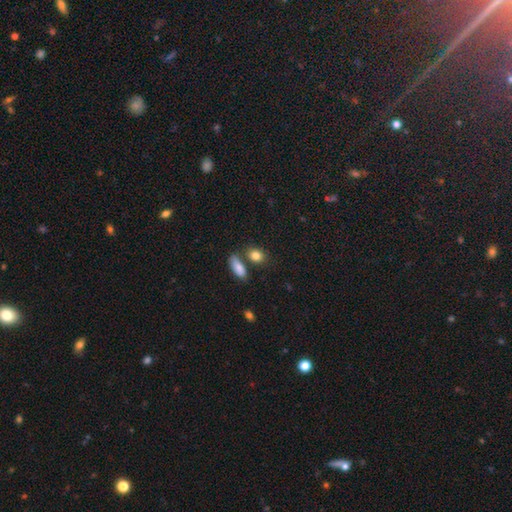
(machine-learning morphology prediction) Smooth or featured? smooth (84%)
How rounded? in between (61%)
Merging? none (64%)